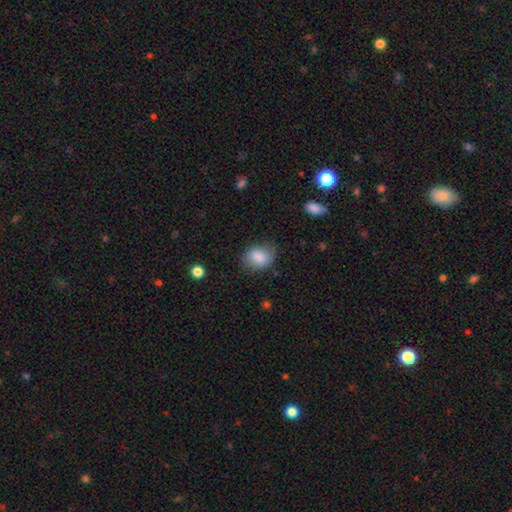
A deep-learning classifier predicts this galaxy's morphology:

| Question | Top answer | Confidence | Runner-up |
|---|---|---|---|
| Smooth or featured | smooth | 83% | featured or disk (9%) |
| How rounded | in between | 64% | round (34%) |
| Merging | none | 70% | minor disturbance (23%) |